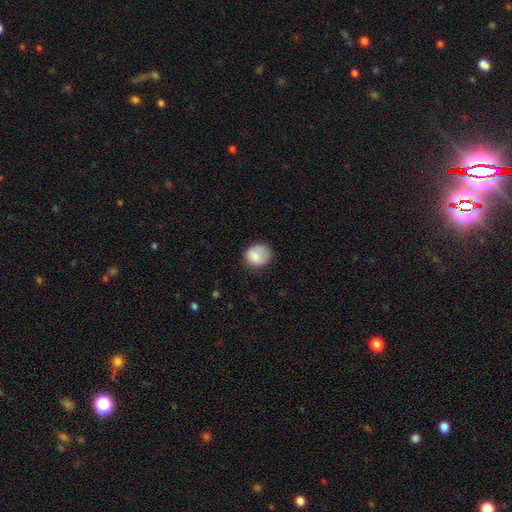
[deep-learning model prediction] This appears to be a smooth galaxy with no disk features (83%) that is round (75%). Merging: none (67%).